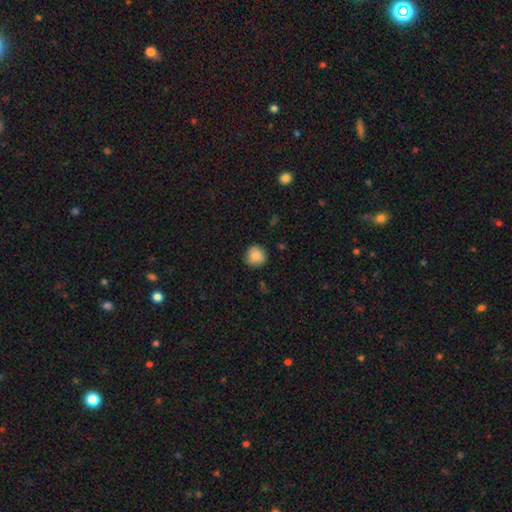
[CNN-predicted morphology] This is clearly a smooth galaxy (88%). How rounded: clearly round (92%). Merging: clearly none (86%).